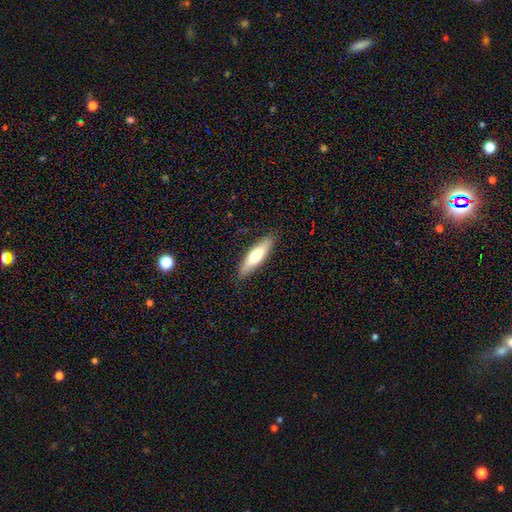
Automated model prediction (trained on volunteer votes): smooth 62%, featured or disk 32%, star or artifact 5%. Down the decision tree: how rounded — cigar-shaped (65%); merging — none (88%).